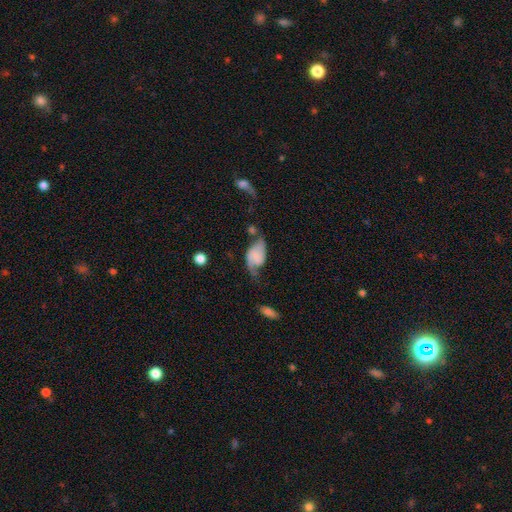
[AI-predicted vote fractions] smooth_or_featured: featured or disk (p=0.52) [alt: smooth p=0.39]
disk_edge_on: no (p=0.96) [alt: yes p=0.04]
merging: none (p=0.34) [alt: minor disturbance p=0.29]